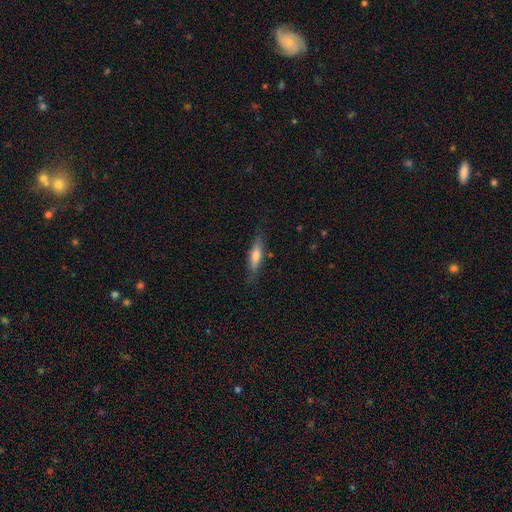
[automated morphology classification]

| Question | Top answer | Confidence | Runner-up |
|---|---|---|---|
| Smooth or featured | smooth | 61% | featured or disk (33%) |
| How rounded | cigar-shaped | 70% | in between (28%) |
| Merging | none | 81% | minor disturbance (14%) |